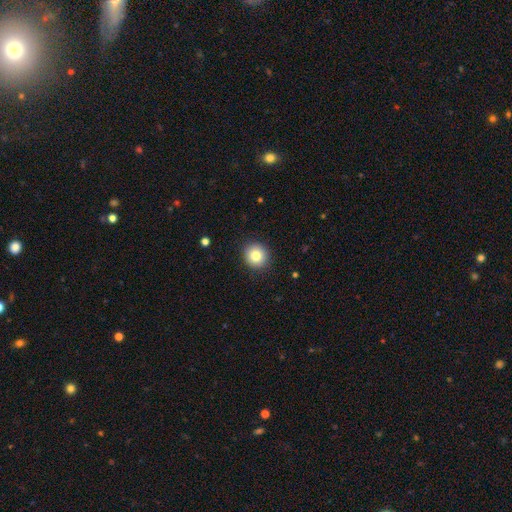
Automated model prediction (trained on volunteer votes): A smooth galaxy with no disk features (82%) that is round (91%).

Vote fractions:
- Smooth or featured? smooth: 82% / star or artifact: 10% / featured or disk: 8%
- How rounded? round: 91% / in between: 8% / cigar-shaped: 1%
- Merging? none: 91% / minor disturbance: 6% / major disturbance: 2% / merger: 1%